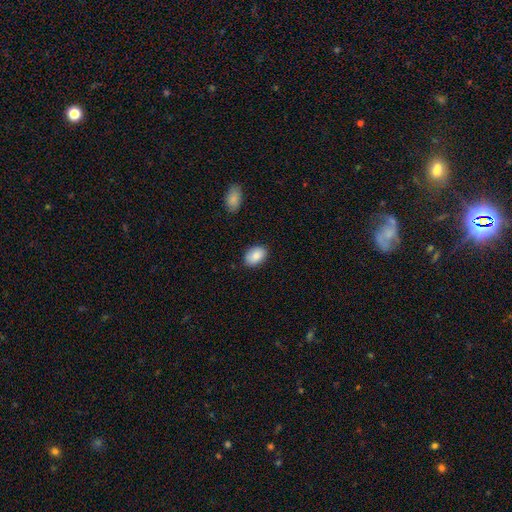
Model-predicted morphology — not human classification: The model was most divided on "merging": none: 83%, minor disturbance: 13%, major disturbance: 2%, merger: 1%. More confident: how rounded — in between (86%); smooth or featured — smooth (86%).